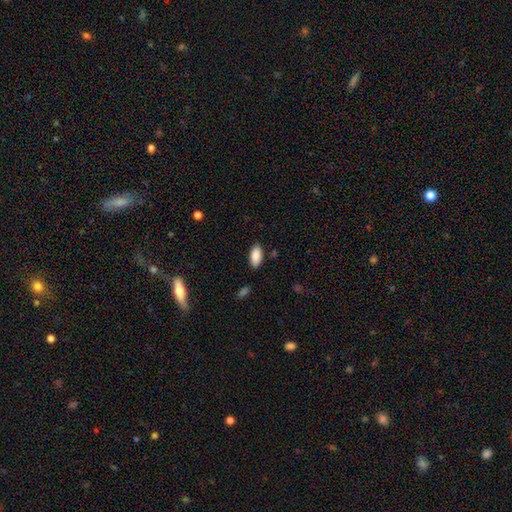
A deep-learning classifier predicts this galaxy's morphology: A smooth galaxy with no disk features (89%) that is in between round and cigar-shaped (90%). Merging: none (86%).